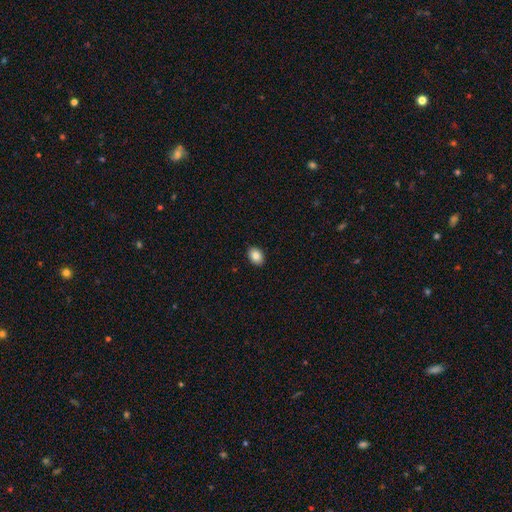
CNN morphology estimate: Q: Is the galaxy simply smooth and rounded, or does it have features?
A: smooth — 86%.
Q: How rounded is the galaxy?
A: in between — 77%.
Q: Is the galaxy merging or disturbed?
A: none — 91%.